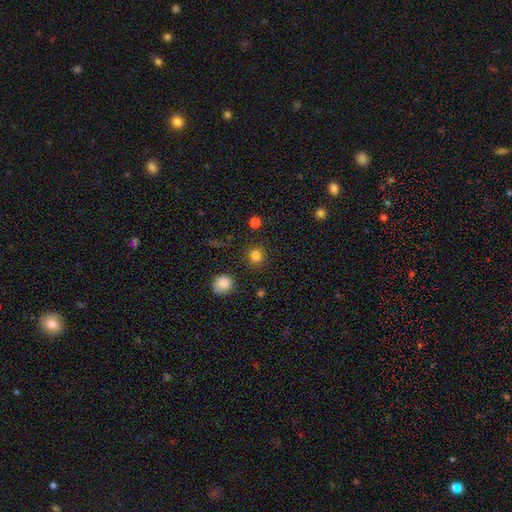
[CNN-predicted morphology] Q: Smooth or featured?
A: smooth (83%); runner-up: star or artifact (14%)
Q: How rounded?
A: round (92%); runner-up: in between (7%)
Q: Merging?
A: none (89%); runner-up: minor disturbance (6%)